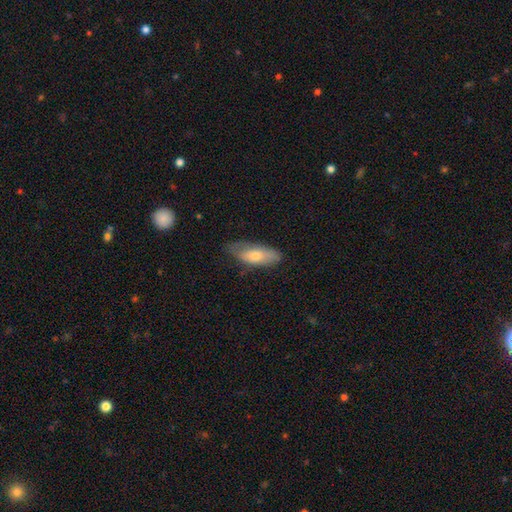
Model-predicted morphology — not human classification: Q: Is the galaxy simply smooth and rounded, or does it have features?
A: smooth — 69%.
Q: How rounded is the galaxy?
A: in between — 77%.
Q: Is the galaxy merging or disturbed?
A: none — 62%.